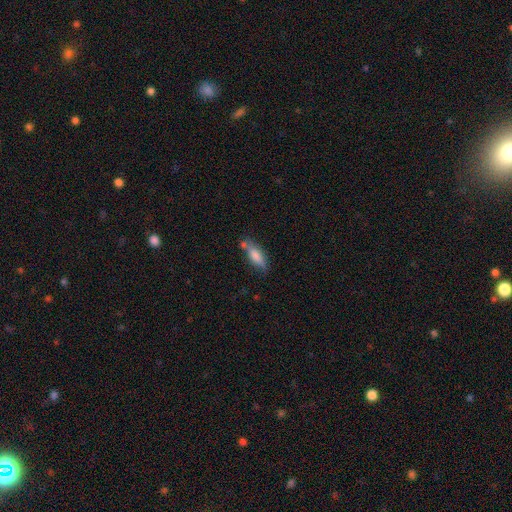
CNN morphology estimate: Smooth or featured?
  - smooth: 75% *
  - featured or disk: 18%
  - star or artifact: 7%
How rounded?
  - in between: 52% *
  - cigar-shaped: 46%
  - round: 2%
Merging?
  - none: 60% *
  - minor disturbance: 22%
  - merger: 13%
  - major disturbance: 5%